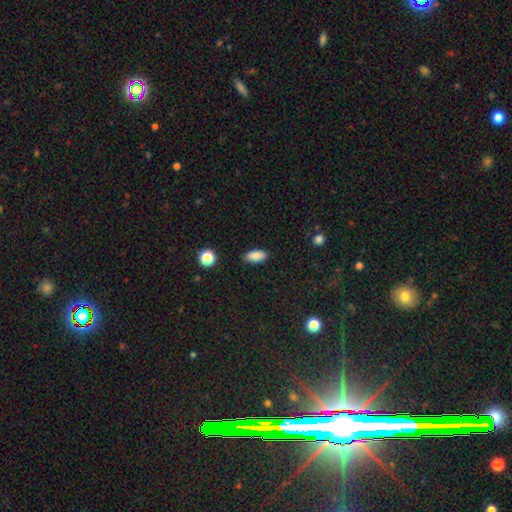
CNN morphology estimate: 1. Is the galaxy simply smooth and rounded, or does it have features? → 87% smooth, 8% star or artifact, 4% featured or disk.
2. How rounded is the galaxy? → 87% in between, 9% cigar-shaped, 4% round.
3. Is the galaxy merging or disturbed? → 86% none, 11% minor disturbance, 2% major disturbance, 1% merger.